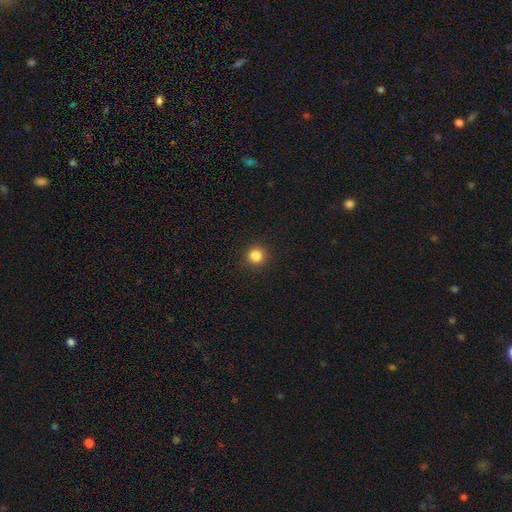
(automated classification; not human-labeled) A smooth galaxy with no disk features (84%) that is round (95%). Merging: none (93%).